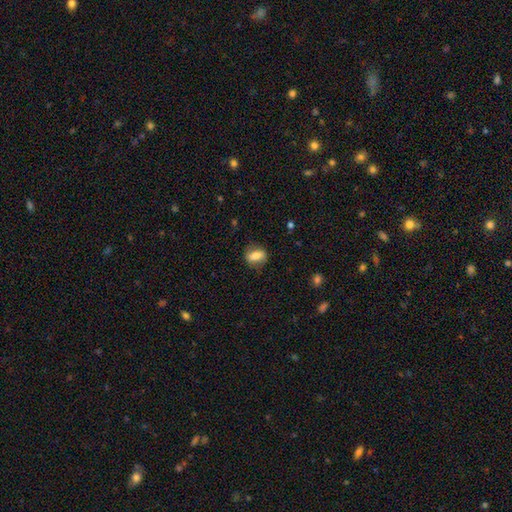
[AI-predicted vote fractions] Smooth or featured: smooth — 71% (featured or disk — 21%)
How rounded: in between — 73% (round — 19%)
Merging: none — 76% (minor disturbance — 17%)